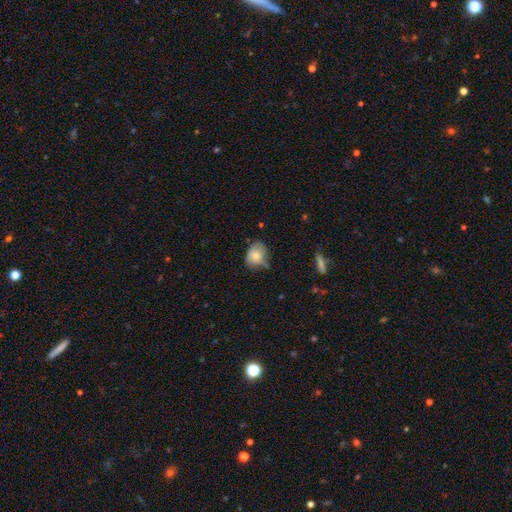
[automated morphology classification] Smooth or featured? smooth (70%)
How rounded? in between (53%)
Merging? none (50%)